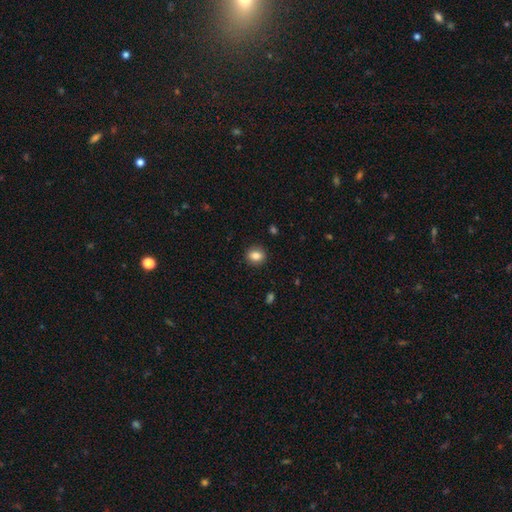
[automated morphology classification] Smooth or featured? Predicted: smooth (p=0.84). How rounded? Predicted: round (p=0.63). Merging? Predicted: none (p=0.90).